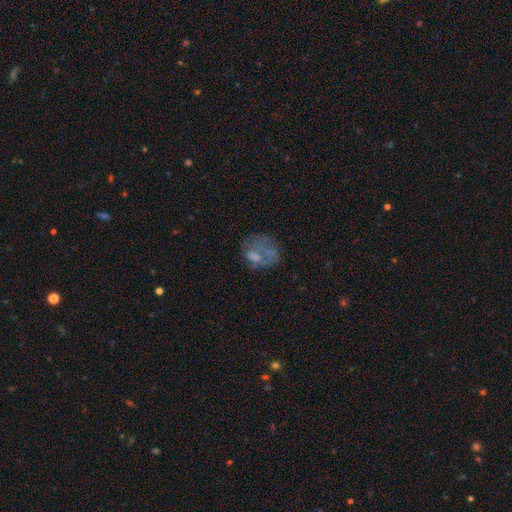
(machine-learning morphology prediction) The model was most divided on "merging": major disturbance: 35%, none: 34%, minor disturbance: 20%, merger: 11%. Remaining: smooth or featured — smooth (46%).